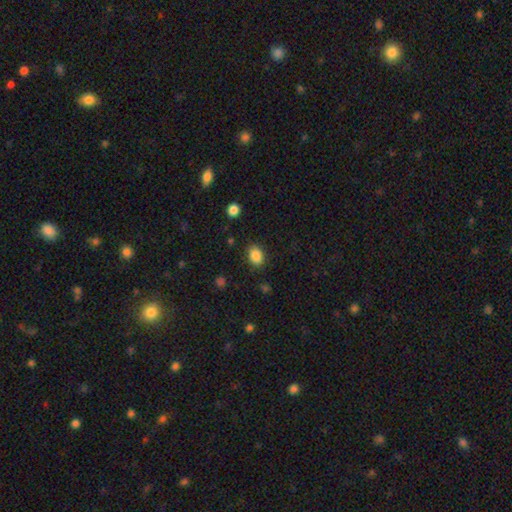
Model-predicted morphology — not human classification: This is clearly a smooth galaxy (87%). How rounded: likely in between (73%). Merging: clearly none (86%).